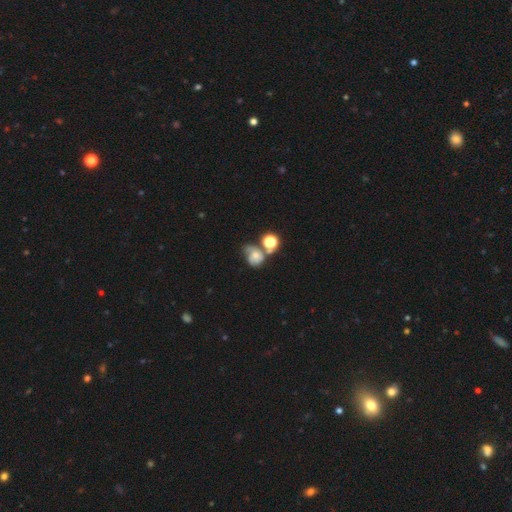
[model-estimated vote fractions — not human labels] This is marginally a smooth galaxy (44%). Merging: marginally none (34%).